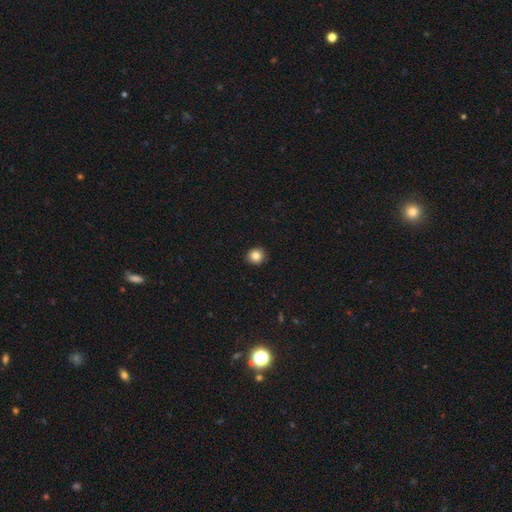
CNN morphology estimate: smooth 84%, star or artifact 10%, featured or disk 6%. Down the decision tree: how rounded — round (89%); merging — none (91%).